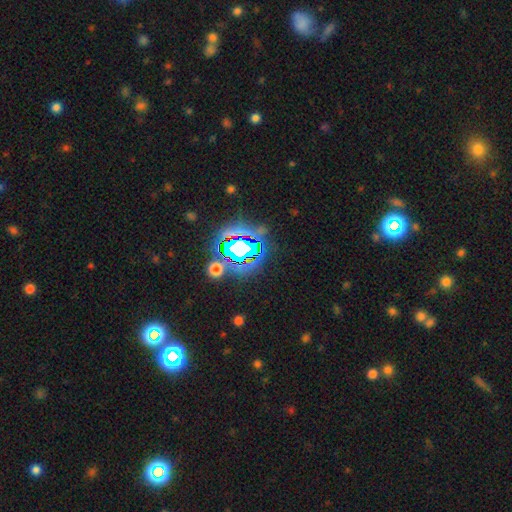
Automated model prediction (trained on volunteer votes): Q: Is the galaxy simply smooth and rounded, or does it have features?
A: star or artifact — 76%.